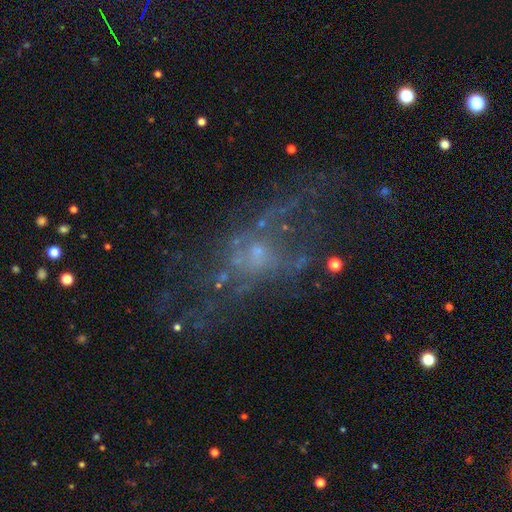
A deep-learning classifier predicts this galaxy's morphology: Smooth or featured? featured or disk (59%)
Edge-on disk? no (90%)
Bar? no (84%)
Spiral arms? no (67%)
Bulge size? small (53%)
Merging? none (46%)